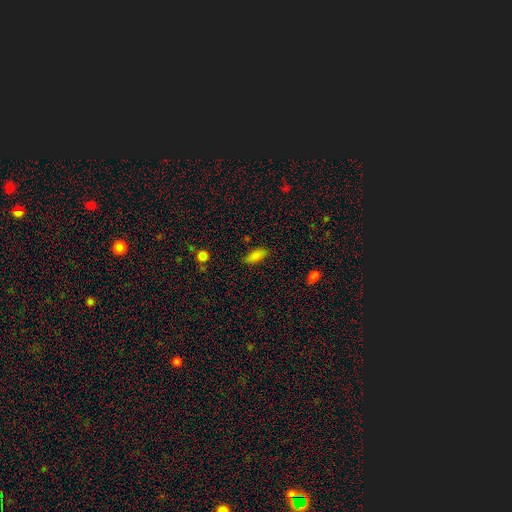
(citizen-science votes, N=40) This appears to be a smooth galaxy with no disk features (90%) that is in between round and cigar-shaped (83%). Merging: none (84%).